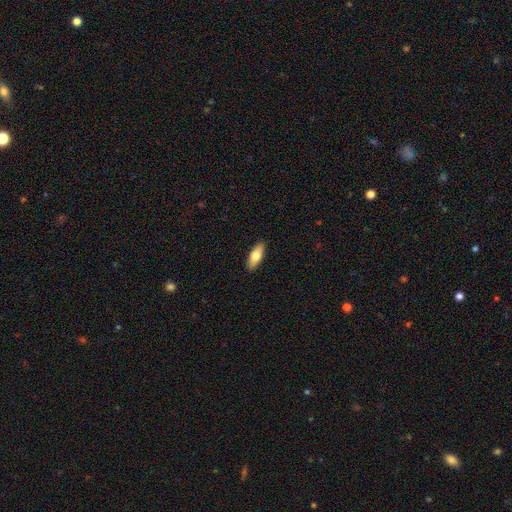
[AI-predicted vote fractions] Q: Smooth or featured?
A: smooth (76%); runner-up: featured or disk (19%)
Q: How rounded?
A: in between (72%); runner-up: cigar-shaped (25%)
Q: Merging?
A: none (90%); runner-up: minor disturbance (7%)